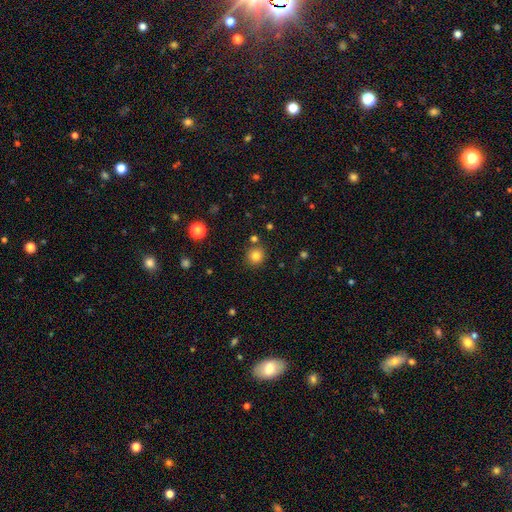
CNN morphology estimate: A smooth galaxy with no disk features (82%) that is round (92%).

Vote fractions:
- Smooth or featured? smooth: 82% / star or artifact: 13% / featured or disk: 6%
- How rounded? round: 92% / in between: 7% / cigar-shaped: 1%
- Merging? none: 85% / minor disturbance: 7% / merger: 5% / major disturbance: 2%